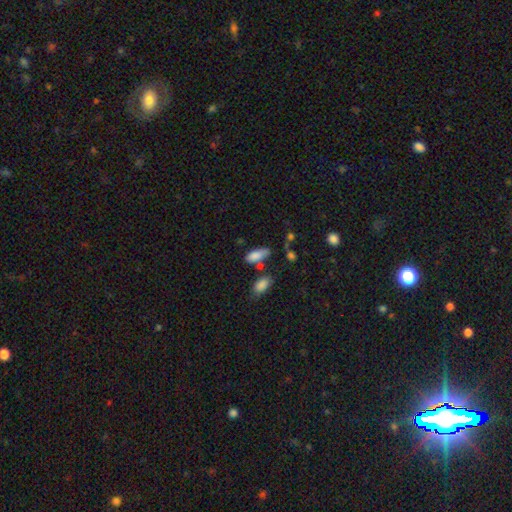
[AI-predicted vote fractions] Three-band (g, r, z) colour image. It shows a smooth galaxy with no disk features (84%) that is in between round and cigar-shaped (79%). Merging: none (57%).